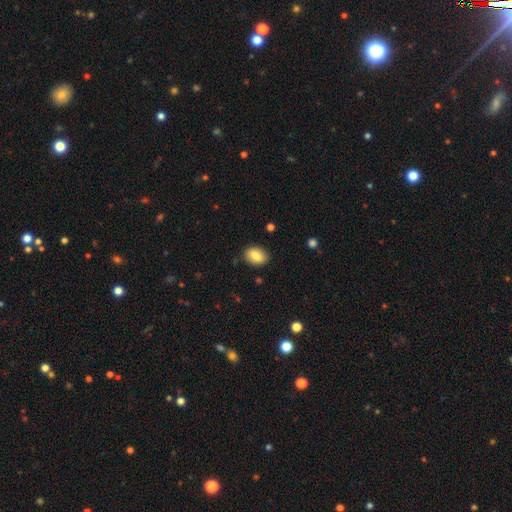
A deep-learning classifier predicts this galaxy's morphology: The model was most divided on "how rounded": in between: 79%, round: 19%, cigar-shaped: 1%. More confident: merging — none (85%); smooth or featured — smooth (82%).